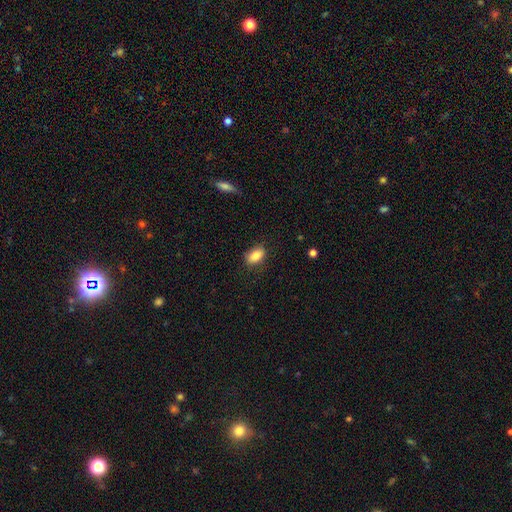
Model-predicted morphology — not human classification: This is clearly a smooth galaxy (84%). How rounded: clearly in between (87%). Merging: clearly none (82%).